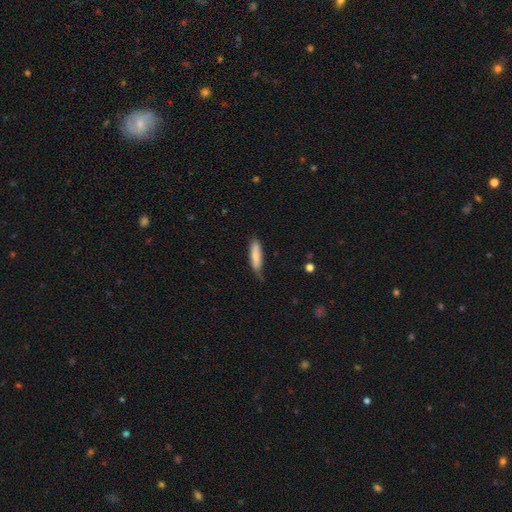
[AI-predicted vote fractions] smooth_or_featured: smooth (p=0.79) [alt: featured or disk p=0.15]
how_rounded: cigar-shaped (p=0.71) [alt: in between p=0.28]
merging: none (p=0.57) [alt: minor disturbance p=0.34]